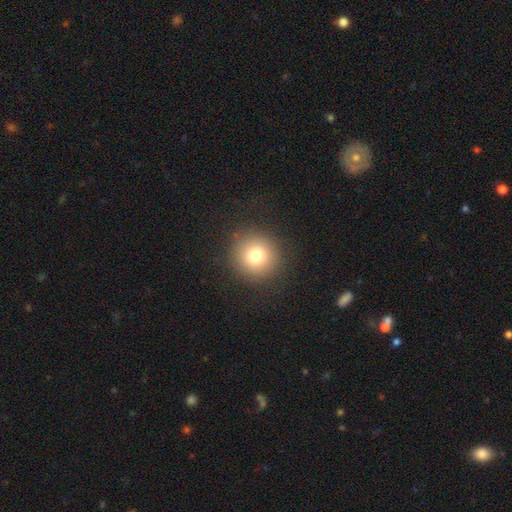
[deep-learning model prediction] Morphology: type=smooth (78%); roundness=round (94%); merging=none (90%).